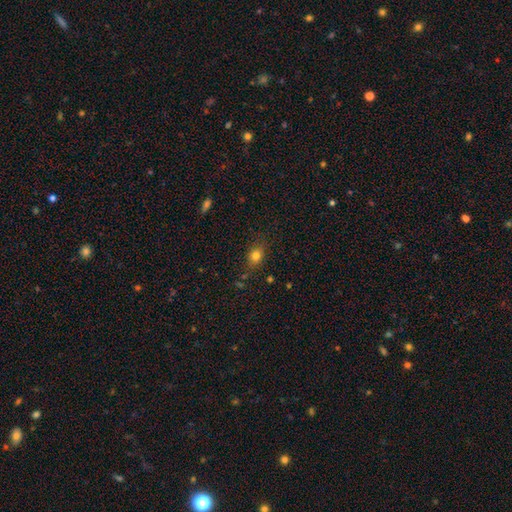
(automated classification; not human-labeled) smooth-or-featured: smooth: 79% | star or artifact: 13% | featured or disk: 8%
  how-rounded: in between: 52% | round: 46% | cigar-shaped: 2%
  merging: none: 78% | minor disturbance: 15% | major disturbance: 4% | merger: 2%